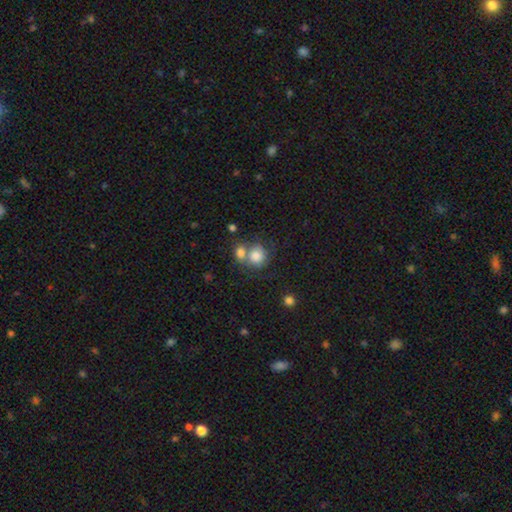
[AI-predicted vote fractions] Morphology: type=smooth (80%); roundness=round (77%); merging=merger (46%).